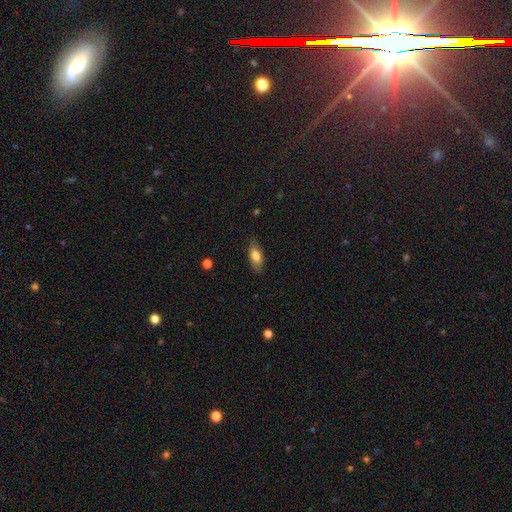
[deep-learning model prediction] A smooth galaxy with no disk features (78%) that is in between round and cigar-shaped (81%).

Vote fractions:
- Smooth or featured? smooth: 78% / featured or disk: 15% / star or artifact: 7%
- How rounded? in between: 81% / cigar-shaped: 16% / round: 3%
- Merging? none: 82% / minor disturbance: 14% / major disturbance: 3% / merger: 1%